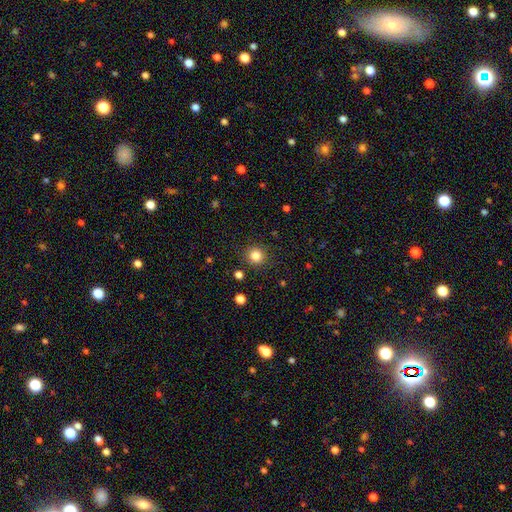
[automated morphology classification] This is clearly a smooth galaxy (83%). How rounded: clearly round (92%). Merging: clearly none (89%).